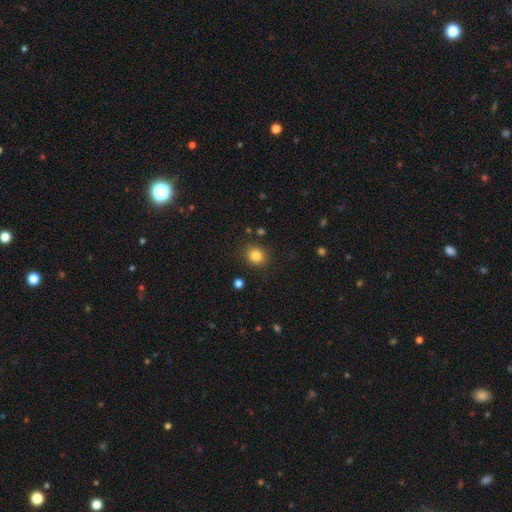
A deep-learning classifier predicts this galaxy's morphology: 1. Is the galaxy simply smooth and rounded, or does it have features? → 84% smooth, 11% star or artifact, 5% featured or disk.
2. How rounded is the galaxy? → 69% round, 30% in between, 1% cigar-shaped.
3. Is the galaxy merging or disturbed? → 86% none, 9% minor disturbance, 3% major disturbance, 2% merger.